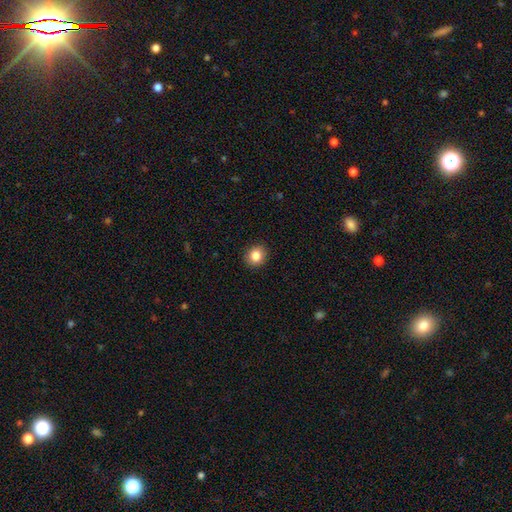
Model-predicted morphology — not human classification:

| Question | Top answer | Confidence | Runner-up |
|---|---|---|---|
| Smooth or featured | smooth | 85% | star or artifact (10%) |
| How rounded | round | 79% | in between (20%) |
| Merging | none | 91% | minor disturbance (6%) |